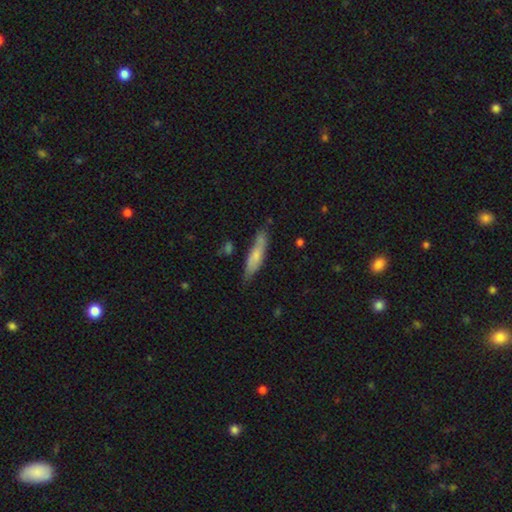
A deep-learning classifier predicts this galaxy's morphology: Q: Smooth or featured?
A: smooth (67%); runner-up: featured or disk (28%)
Q: How rounded?
A: cigar-shaped (79%); runner-up: in between (20%)
Q: Merging?
A: none (71%); runner-up: minor disturbance (21%)